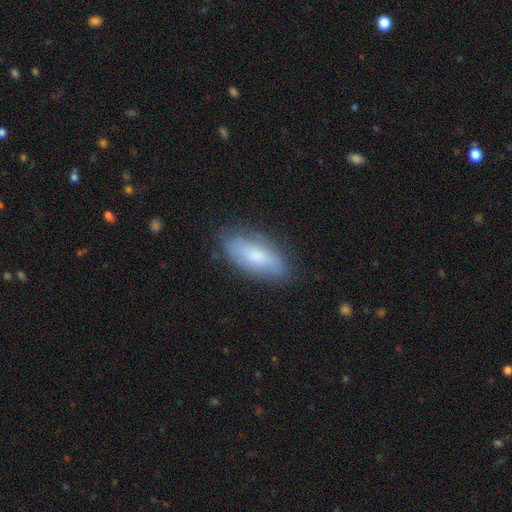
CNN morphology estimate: A smooth galaxy with no disk features (70%) that is in between round and cigar-shaped (82%).

Vote fractions:
- Smooth or featured? smooth: 70% / featured or disk: 24% / star or artifact: 7%
- How rounded? in between: 82% / cigar-shaped: 16% / round: 2%
- Merging? none: 77% / minor disturbance: 17% / major disturbance: 4% / merger: 1%